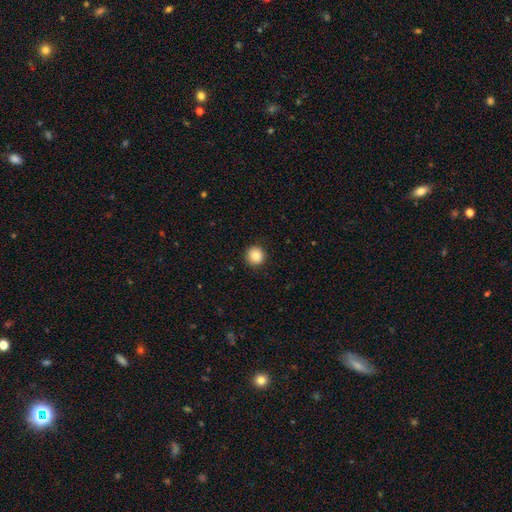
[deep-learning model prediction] Smooth or featured? smooth (88%)
How rounded? round (94%)
Merging? none (91%)